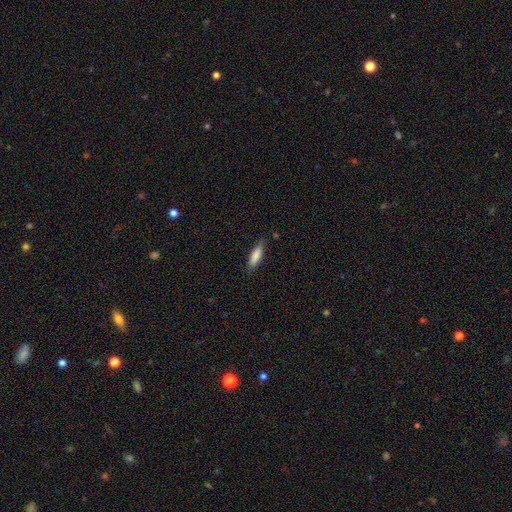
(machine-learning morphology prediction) smooth_or_featured: smooth (p=0.81) [alt: featured or disk p=0.13]
how_rounded: cigar-shaped (p=0.61) [alt: in between p=0.37]
merging: none (p=0.81) [alt: minor disturbance p=0.15]